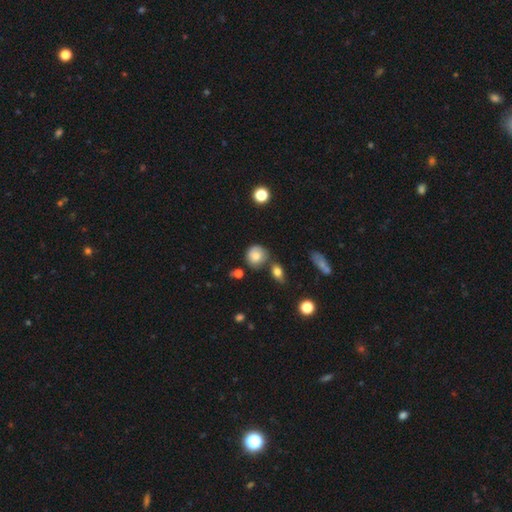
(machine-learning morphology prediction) Smooth or featured? smooth (75%)
How rounded? round (83%)
Merging? none (64%)